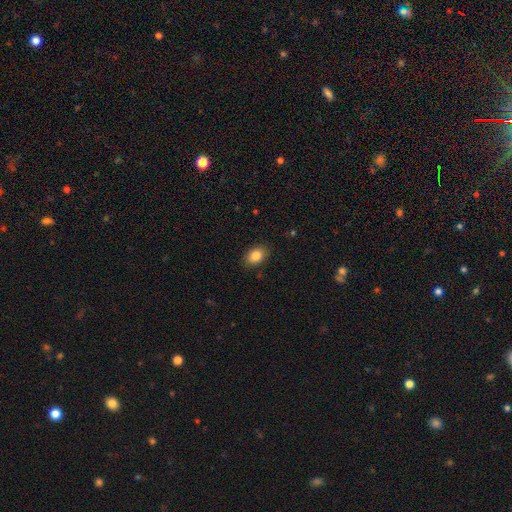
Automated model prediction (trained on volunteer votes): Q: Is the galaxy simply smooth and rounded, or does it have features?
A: smooth — 85%.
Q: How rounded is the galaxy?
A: in between — 80%.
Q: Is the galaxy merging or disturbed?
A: none — 85%.